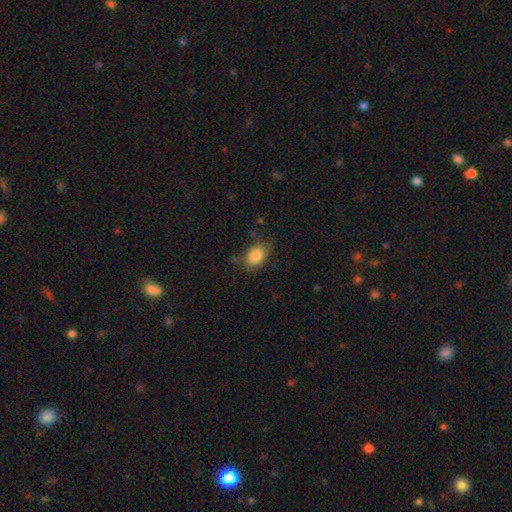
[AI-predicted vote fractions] smooth 85%, star or artifact 8%, featured or disk 8%. Down the decision tree: how rounded — in between (84%); merging — none (75%).